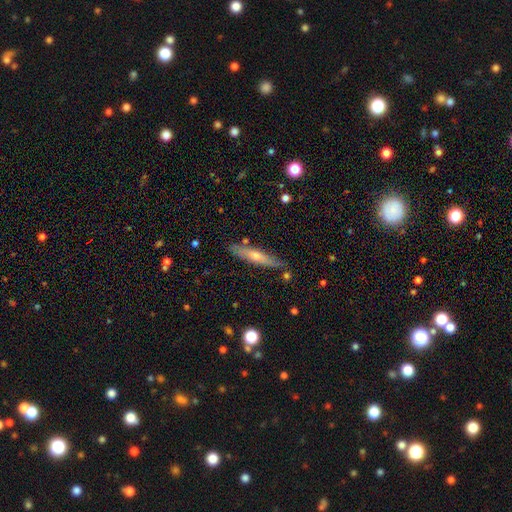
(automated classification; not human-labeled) Smooth or featured? Predicted: featured or disk (p=0.50). Edge-on disk? Predicted: yes (p=0.88). Merging? Predicted: none (p=0.84).